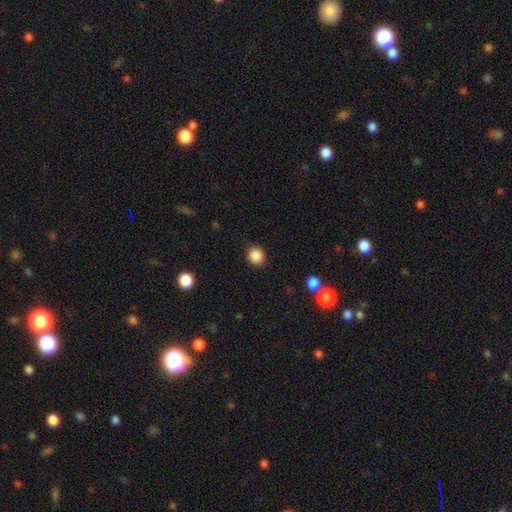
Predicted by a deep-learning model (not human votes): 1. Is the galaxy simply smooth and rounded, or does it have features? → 87% smooth, 10% star or artifact, 3% featured or disk.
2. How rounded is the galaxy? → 84% round, 15% in between, 1% cigar-shaped.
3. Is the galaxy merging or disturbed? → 89% none, 7% minor disturbance, 2% major disturbance, 1% merger.